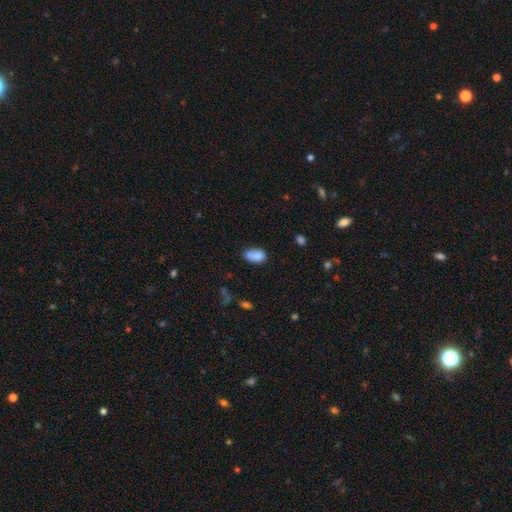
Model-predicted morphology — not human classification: Q: Smooth or featured?
A: smooth (85%); runner-up: star or artifact (9%)
Q: How rounded?
A: in between (91%); runner-up: round (6%)
Q: Merging?
A: none (58%); runner-up: minor disturbance (27%)